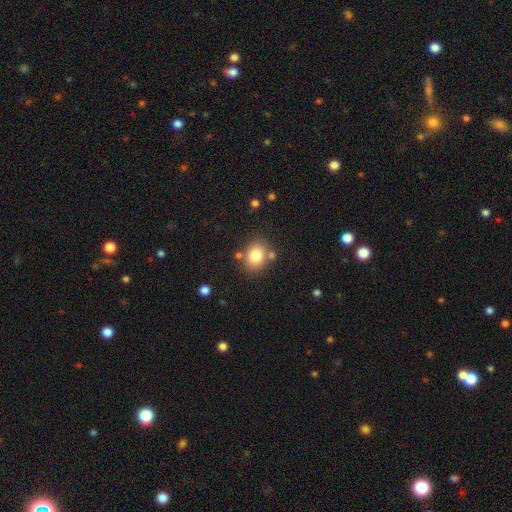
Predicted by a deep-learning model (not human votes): Smooth or featured? smooth (80%)
How rounded? round (51%)
Merging? none (75%)